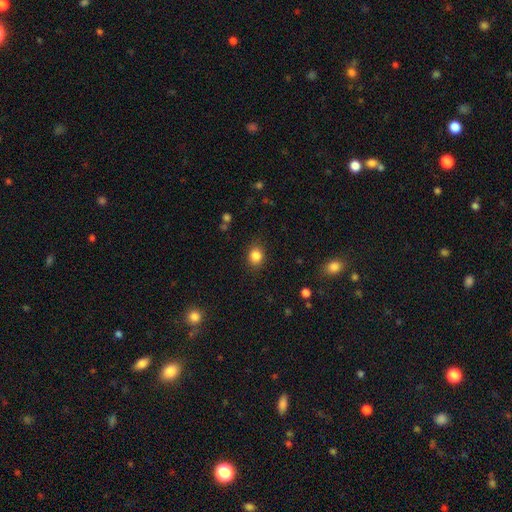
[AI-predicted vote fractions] smooth 85%, star or artifact 10%, featured or disk 5%. Down the decision tree: how rounded — round (56%); merging — none (84%).